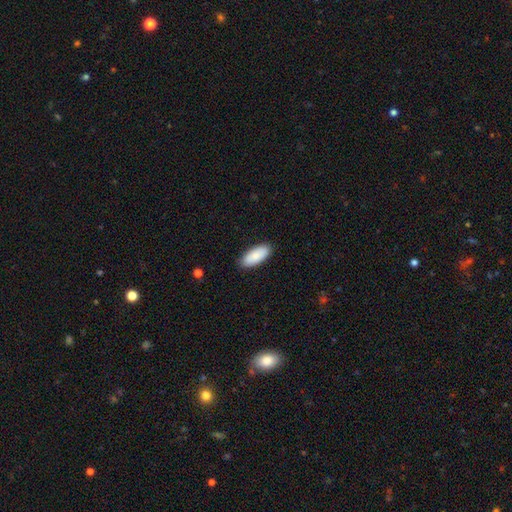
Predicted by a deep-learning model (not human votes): This is clearly a smooth galaxy (87%). How rounded: clearly in between (86%). Merging: clearly none (88%).